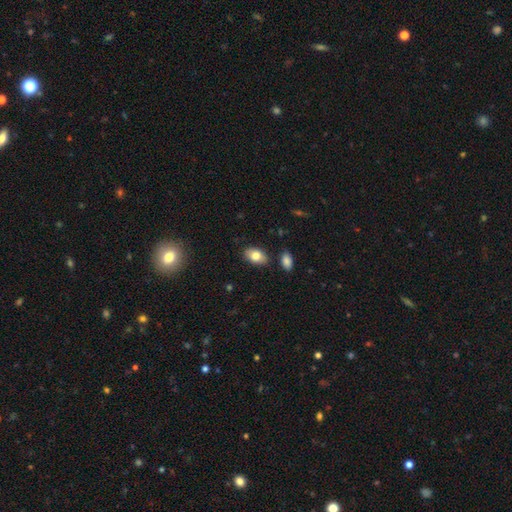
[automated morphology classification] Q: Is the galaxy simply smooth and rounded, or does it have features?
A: smooth — 81%.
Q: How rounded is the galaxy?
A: in between — 91%.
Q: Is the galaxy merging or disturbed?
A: none — 84%.